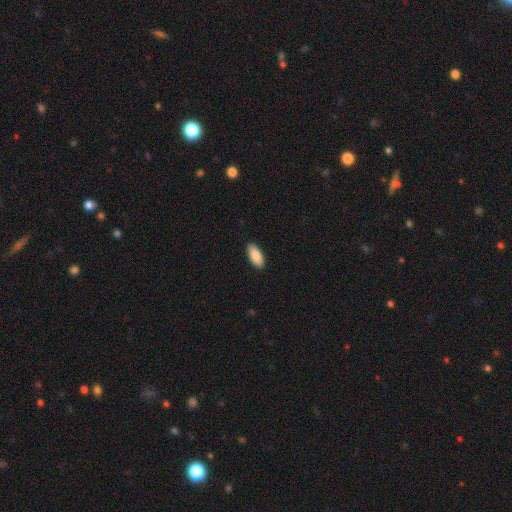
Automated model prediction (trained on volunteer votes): Smooth or featured: smooth — 88% (featured or disk — 6%)
How rounded: in between — 87% (cigar-shaped — 11%)
Merging: none — 90% (minor disturbance — 7%)